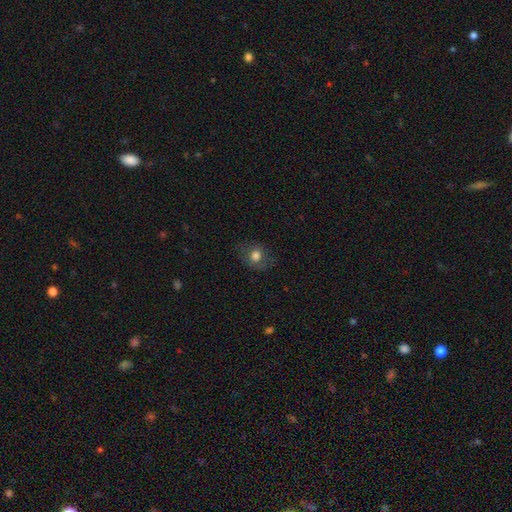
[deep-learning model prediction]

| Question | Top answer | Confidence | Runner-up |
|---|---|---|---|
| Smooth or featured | smooth | 74% | featured or disk (14%) |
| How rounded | round | 68% | in between (31%) |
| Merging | none | 76% | minor disturbance (16%) |